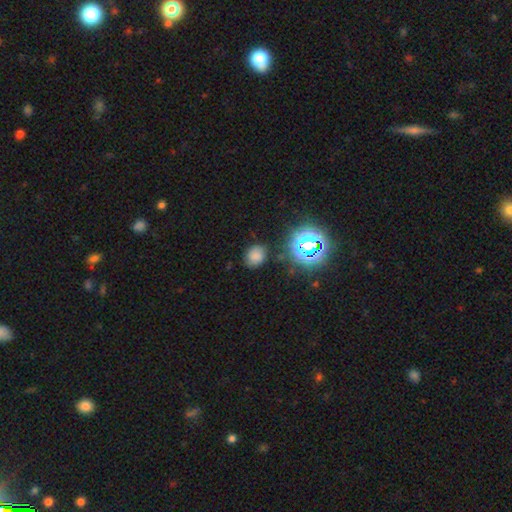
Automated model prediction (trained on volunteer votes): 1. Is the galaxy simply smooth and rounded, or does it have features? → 70% smooth, 21% star or artifact, 9% featured or disk.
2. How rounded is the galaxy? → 52% round, 47% in between, 1% cigar-shaped.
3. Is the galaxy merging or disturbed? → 76% none, 16% minor disturbance, 5% major disturbance, 3% merger.